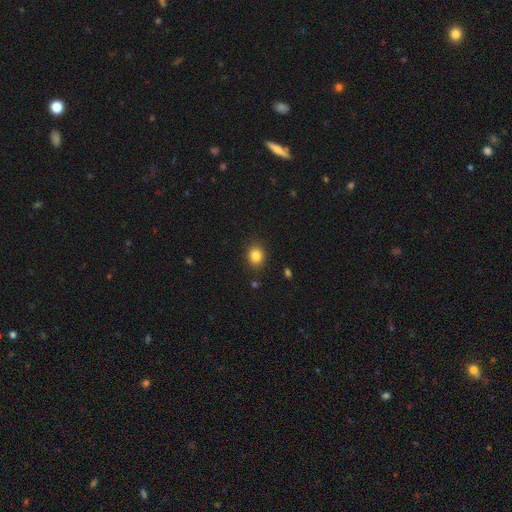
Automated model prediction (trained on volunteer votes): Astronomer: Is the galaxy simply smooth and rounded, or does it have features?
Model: smooth — 85%.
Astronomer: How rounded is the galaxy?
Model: round — 65%.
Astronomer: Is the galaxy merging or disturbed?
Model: none — 87%.